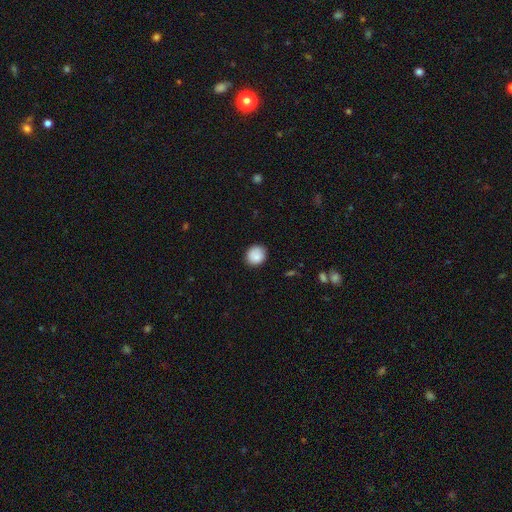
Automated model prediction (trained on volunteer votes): This appears to be a smooth galaxy with no disk features (85%) that is round (81%). Merging: none (84%).